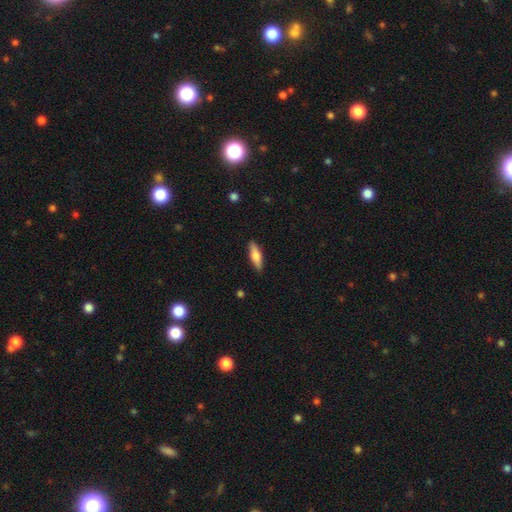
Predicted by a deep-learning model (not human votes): Smooth or featured? smooth (68%)
How rounded? cigar-shaped (57%)
Merging? none (88%)